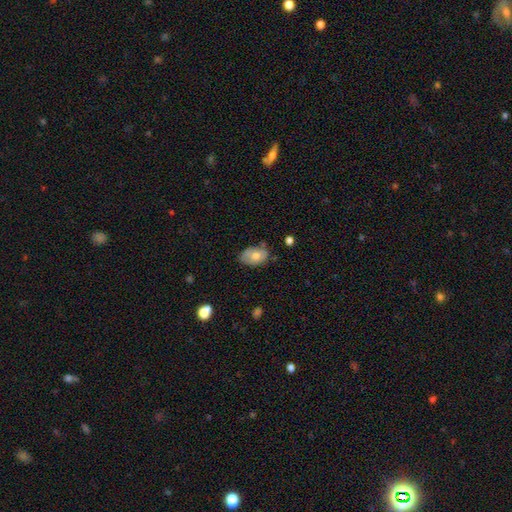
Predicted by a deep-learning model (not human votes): The model was most divided on "merging": none: 63%, minor disturbance: 28%, major disturbance: 6%, merger: 3%. More confident: how rounded — in between (85%); smooth or featured — smooth (63%).